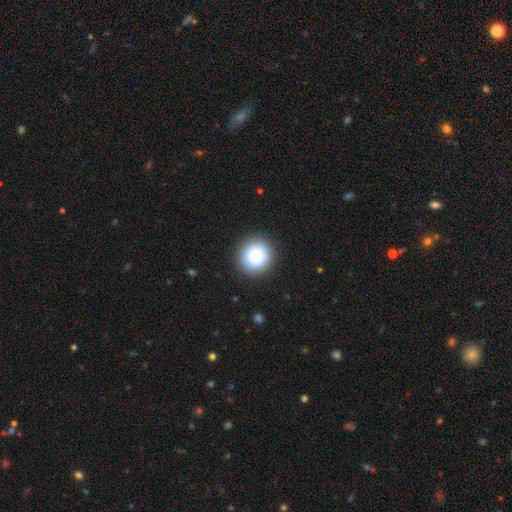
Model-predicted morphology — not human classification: Smooth or featured?
  - smooth: 78% *
  - featured or disk: 12%
  - star or artifact: 10%
How rounded?
  - round: 94% *
  - in between: 5%
  - cigar-shaped: 1%
Merging?
  - none: 92% *
  - minor disturbance: 5%
  - major disturbance: 2%
  - merger: 1%